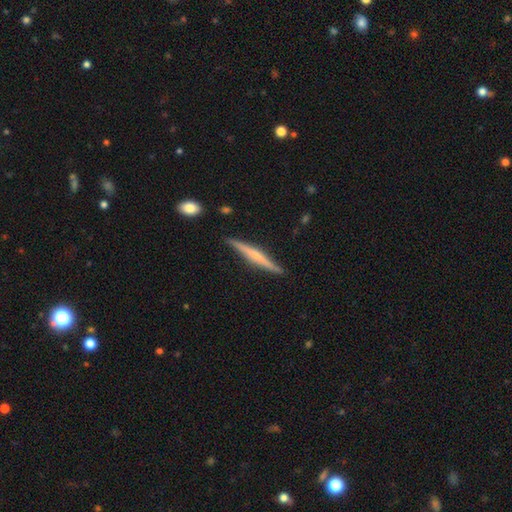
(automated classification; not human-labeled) featured or disk 62%, smooth 32%, star or artifact 6%. Down the decision tree: edge-on disk — yes (98%); edge-on bulge — rounded (42%, tied with none); merging — none (87%).